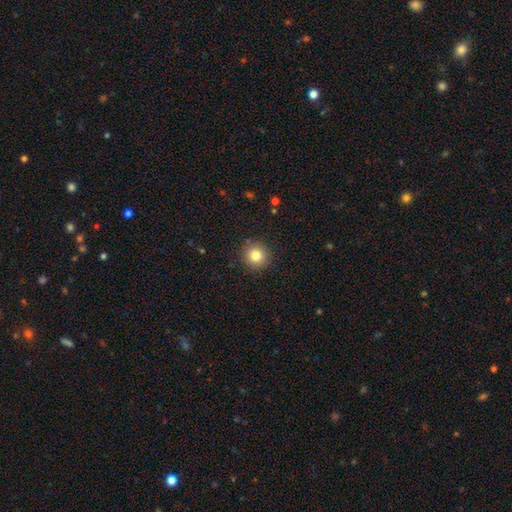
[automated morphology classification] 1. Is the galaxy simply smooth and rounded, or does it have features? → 82% smooth, 11% star or artifact, 8% featured or disk.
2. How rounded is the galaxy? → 94% round, 5% in between, 1% cigar-shaped.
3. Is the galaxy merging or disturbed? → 91% none, 6% minor disturbance, 2% major disturbance, 1% merger.